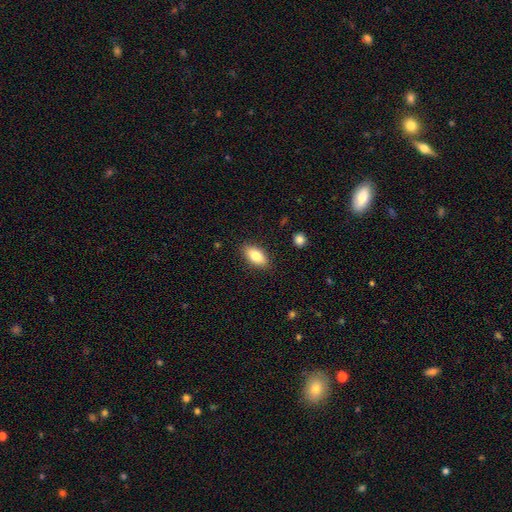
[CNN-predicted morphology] Q: Smooth or featured?
A: smooth (81%); runner-up: featured or disk (12%)
Q: How rounded?
A: in between (90%); runner-up: cigar-shaped (6%)
Q: Merging?
A: none (87%); runner-up: minor disturbance (9%)